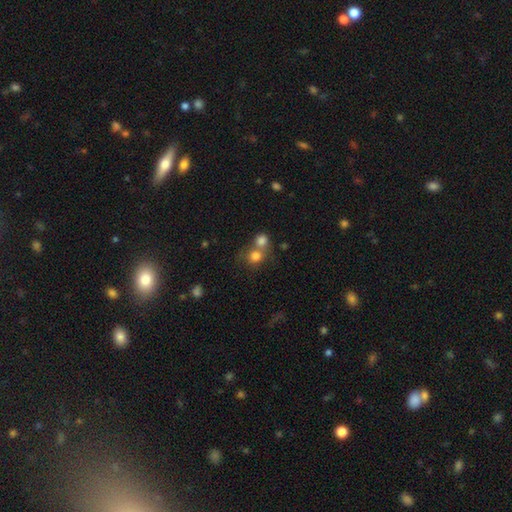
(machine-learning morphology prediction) Smooth or featured? smooth (78%)
How rounded? round (83%)
Merging? merger (50%)